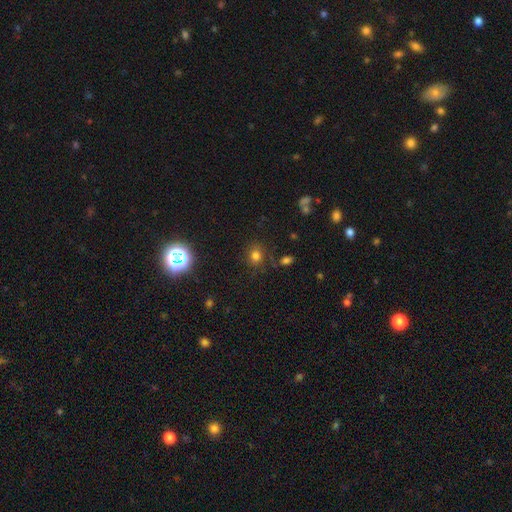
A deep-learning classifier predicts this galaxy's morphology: Smooth or featured? Predicted: smooth (p=0.74). How rounded? Predicted: round (p=0.79). Merging? Predicted: none (p=0.80).